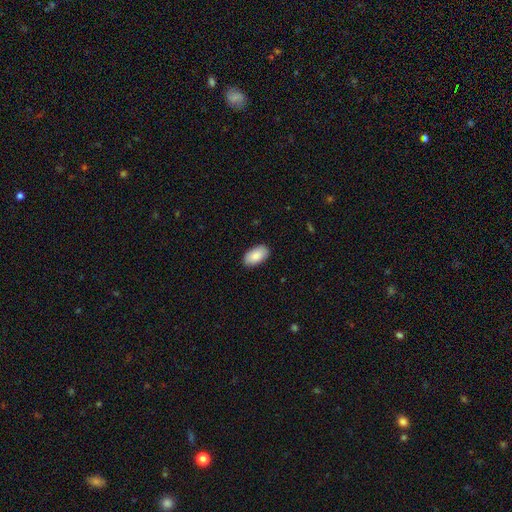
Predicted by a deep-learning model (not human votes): Smooth or featured? Predicted: smooth (p=0.86). How rounded? Predicted: in between (p=0.95). Merging? Predicted: none (p=0.89).